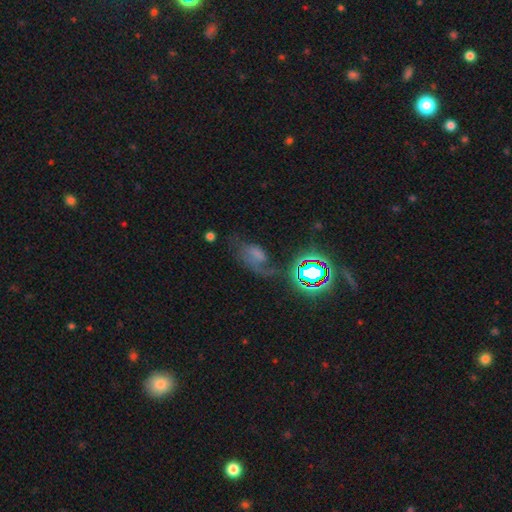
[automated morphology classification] Q: Smooth or featured?
A: featured or disk (40%); runner-up: smooth (34%)
Q: Merging?
A: none (39%); runner-up: major disturbance (31%)